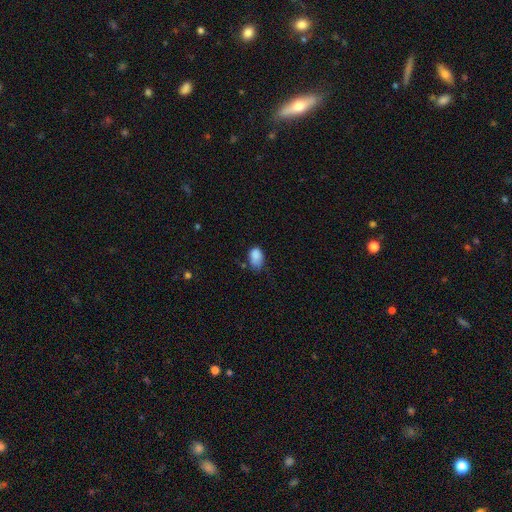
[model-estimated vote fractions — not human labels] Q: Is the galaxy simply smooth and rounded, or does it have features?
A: smooth — 85%.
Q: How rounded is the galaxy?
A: in between — 85%.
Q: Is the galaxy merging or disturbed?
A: none — 44%.